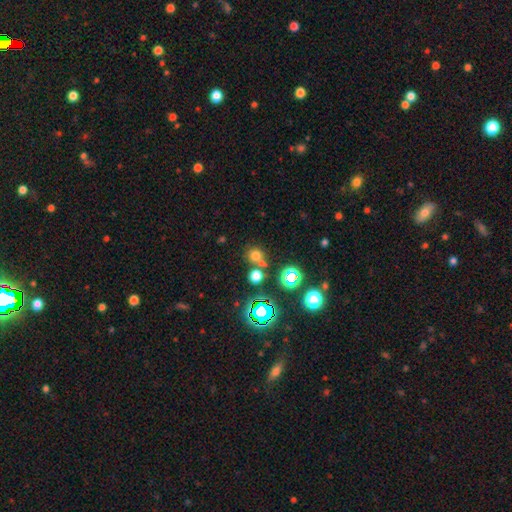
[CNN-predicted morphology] smooth_or_featured: smooth (p=0.64) [alt: star or artifact p=0.28]
how_rounded: round (p=0.88) [alt: in between p=0.11]
merging: none (p=0.63) [alt: merger p=0.25]